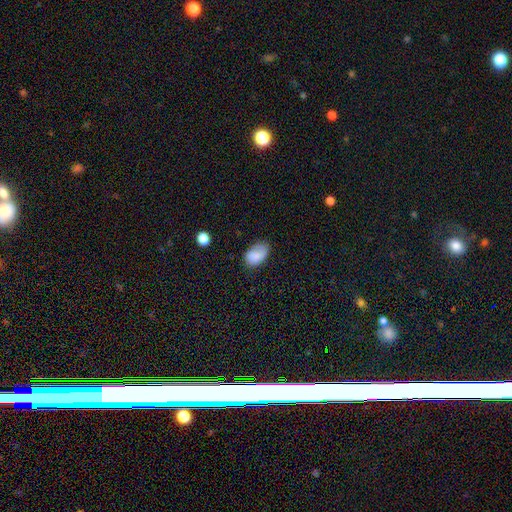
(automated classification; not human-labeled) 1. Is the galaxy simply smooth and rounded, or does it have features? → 83% smooth, 9% featured or disk, 8% star or artifact.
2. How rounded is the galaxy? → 88% in between, 11% round, 1% cigar-shaped.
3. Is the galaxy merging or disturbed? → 58% none, 30% minor disturbance, 9% major disturbance, 2% merger.